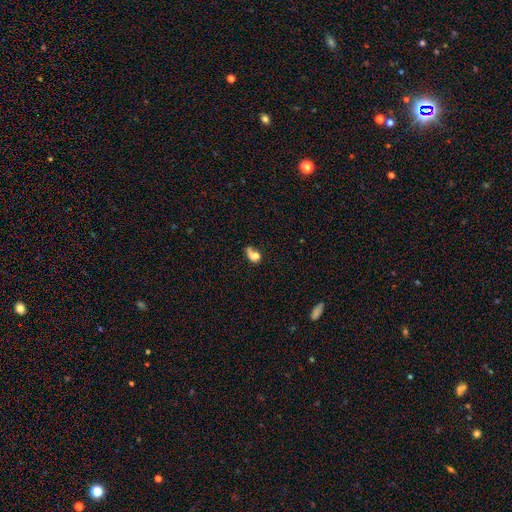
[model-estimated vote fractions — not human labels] This is possibly a smooth galaxy (59%). How rounded: likely in between (70%). Merging: marginally major disturbance (33%).